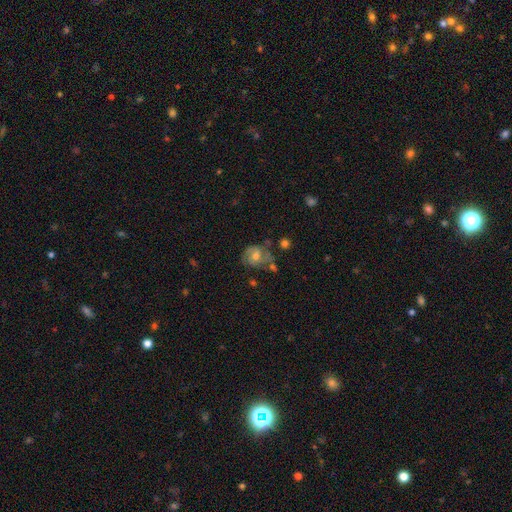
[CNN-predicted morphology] This is possibly a featured or disk galaxy (60%). It is clearly not viewed edge-on (97%). Bar: possibly no (48%). Spiral arm pattern: clearly yes (81%). Central bulge: likely moderate (61%). Merging: possibly none (53%).